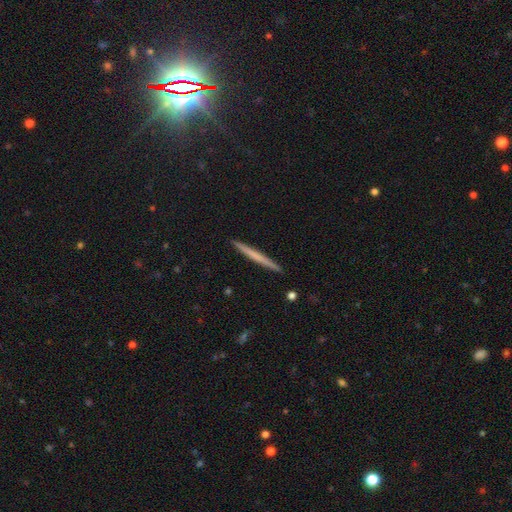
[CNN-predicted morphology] A smooth galaxy with no disk features (54%) that is cigar-shaped (97%).

Vote fractions:
- Smooth or featured? smooth: 54% / featured or disk: 40% / star or artifact: 6%
- How rounded? cigar-shaped: 97% / in between: 2% / round: 1%
- Merging? none: 93% / minor disturbance: 5% / major disturbance: 1% / merger: 1%